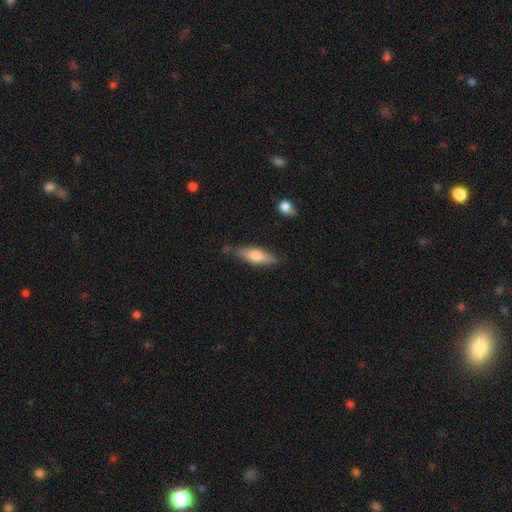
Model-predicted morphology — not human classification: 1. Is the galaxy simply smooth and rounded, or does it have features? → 61% smooth, 33% featured or disk, 6% star or artifact.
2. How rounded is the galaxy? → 54% cigar-shaped, 43% in between, 2% round.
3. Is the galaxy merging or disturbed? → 75% none, 17% minor disturbance, 4% merger, 4% major disturbance.